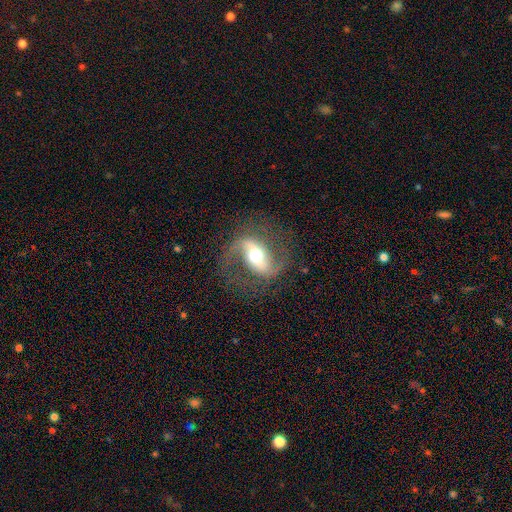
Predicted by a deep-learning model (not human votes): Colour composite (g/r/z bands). It shows a featured or disk galaxy (87%) with a strong bar (52%), 2 (92%) loose (45%, tied with medium) spiral arms (94%) and a moderate central bulge (64%). Merging: none (77%).